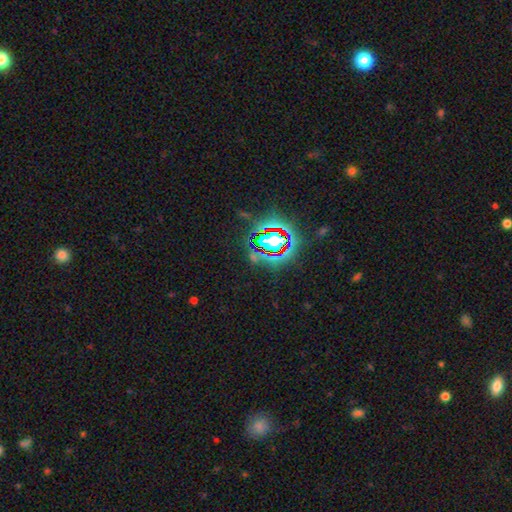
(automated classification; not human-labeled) star or artifact 77%, smooth 13%, featured or disk 10%.